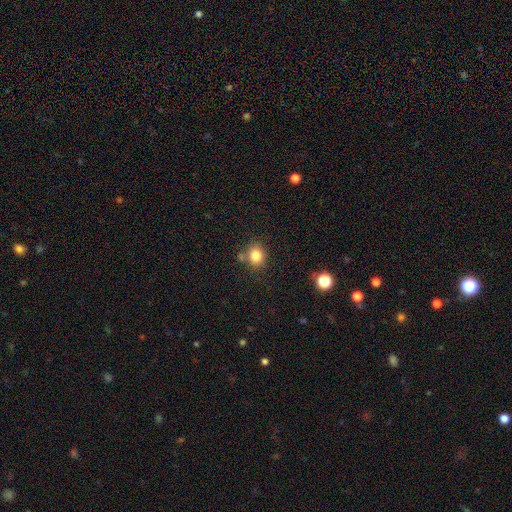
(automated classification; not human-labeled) Overall: smooth (82%). How rounded: round (74%). Merging: none (71%).